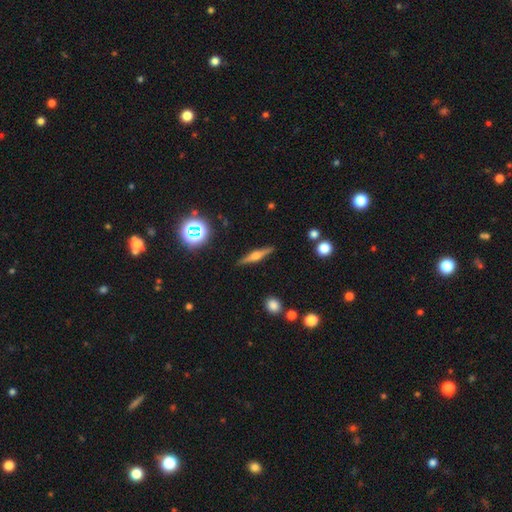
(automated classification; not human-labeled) smooth-or-featured: featured or disk: 70% | smooth: 22% | star or artifact: 8%
  disk-edge-on: yes: 97% | no: 3%
    edge-on-bulge: rounded: 90% | boxy: 8% | none: 3%
  merging: none: 89% | minor disturbance: 7% | major disturbance: 2% | merger: 2%